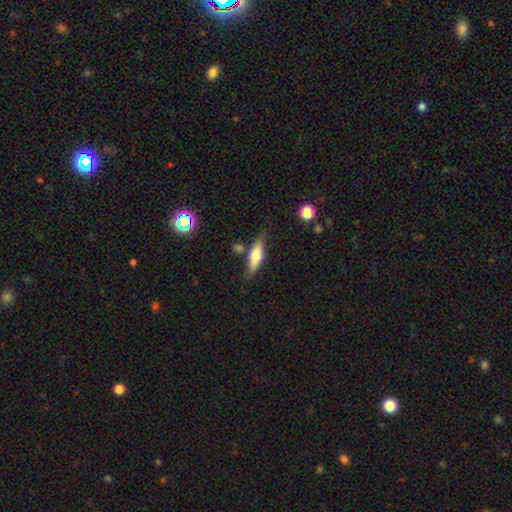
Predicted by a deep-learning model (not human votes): Overall: smooth (61%; featured or disk 33%). How rounded: cigar-shaped (51%; in between 47%). Merging: none (71%).